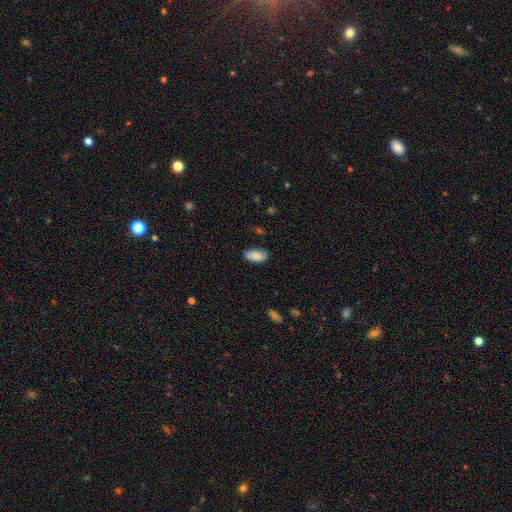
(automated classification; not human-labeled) A smooth galaxy with no disk features (83%) that is in between round and cigar-shaped (93%). Merging: none (82%).